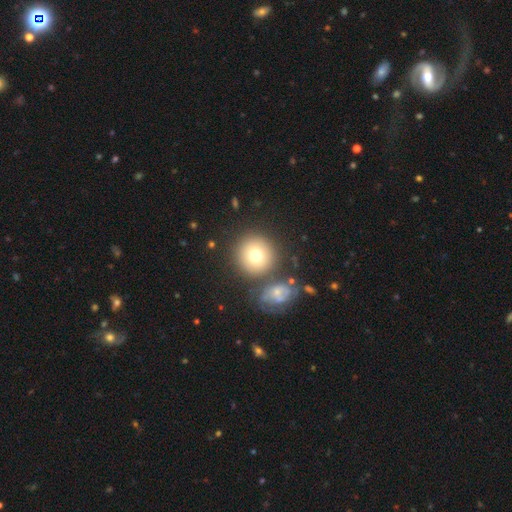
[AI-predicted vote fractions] smooth-or-featured: smooth: 76% | featured or disk: 15% | star or artifact: 10%
  how-rounded: round: 92% | in between: 7% | cigar-shaped: 1%
  merging: none: 74% | merger: 13% | minor disturbance: 9% | major disturbance: 4%